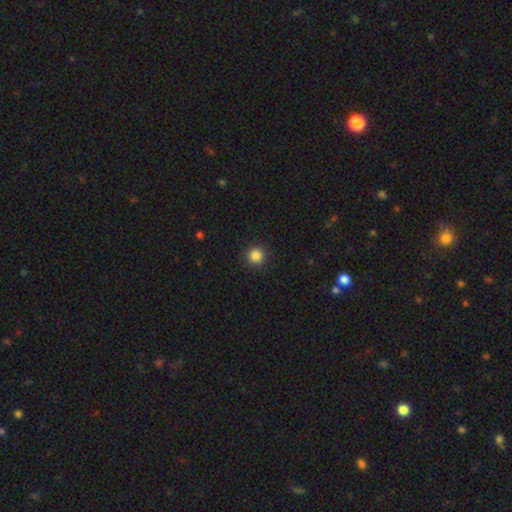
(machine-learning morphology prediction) Smooth or featured?
  - smooth: 85% *
  - star or artifact: 11%
  - featured or disk: 4%
How rounded?
  - round: 96% *
  - in between: 3%
  - cigar-shaped: 1%
Merging?
  - none: 93% *
  - minor disturbance: 5%
  - major disturbance: 2%
  - merger: 1%